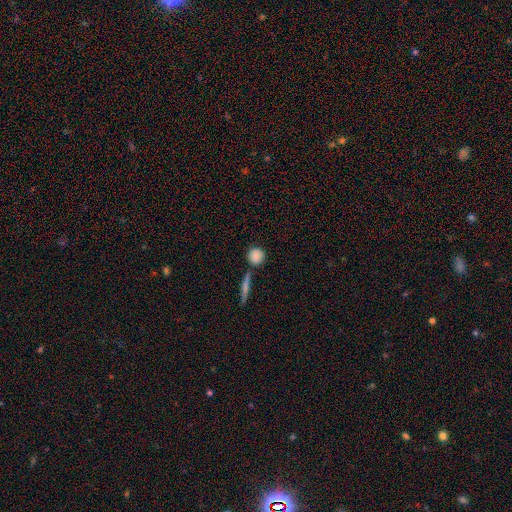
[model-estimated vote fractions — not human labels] smooth_or_featured: smooth (p=0.84) [alt: featured or disk p=0.08]
how_rounded: round (p=0.88) [alt: in between p=0.09]
merging: none (p=0.73) [alt: merger p=0.13]